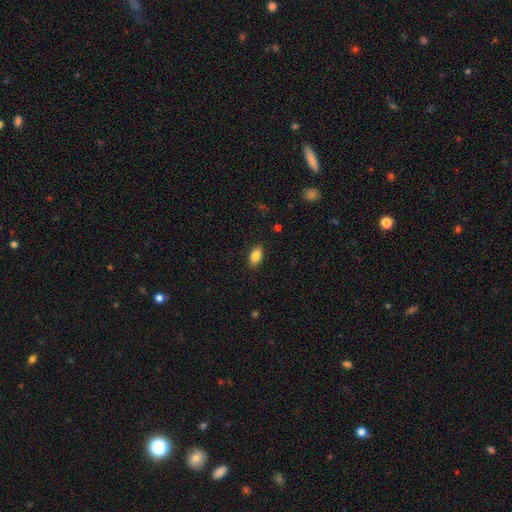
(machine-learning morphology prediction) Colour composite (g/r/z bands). It shows a smooth galaxy with no disk features (85%) that is in between round and cigar-shaped (90%). Merging: none (87%).